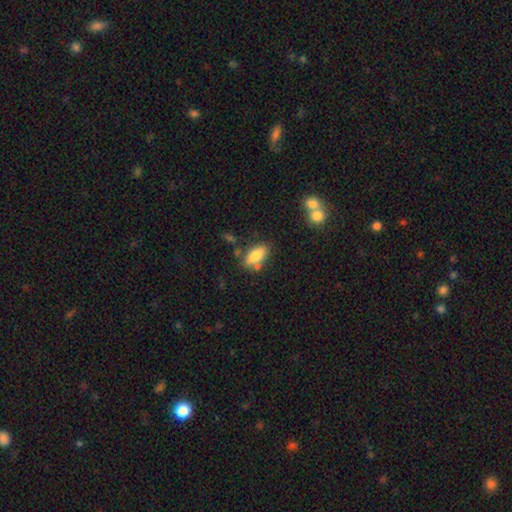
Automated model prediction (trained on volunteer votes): Smooth or featured? Predicted: smooth (p=0.80). How rounded? Predicted: in between (p=0.80). Merging? Predicted: none (p=0.70).